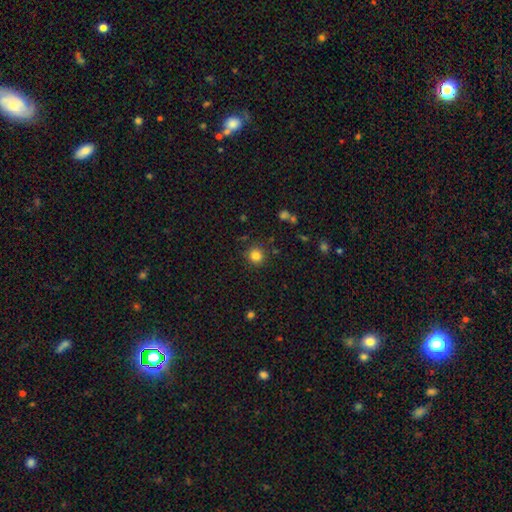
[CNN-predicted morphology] Overall: smooth (83%). How rounded: round (91%). Merging: none (87%).